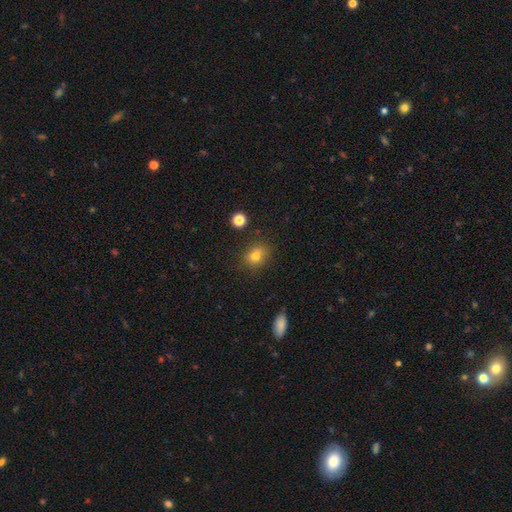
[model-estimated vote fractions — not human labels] The model was most divided on "how rounded": round: 56%, in between: 43%, cigar-shaped: 1%. More confident: merging — none (84%); smooth or featured — smooth (79%).